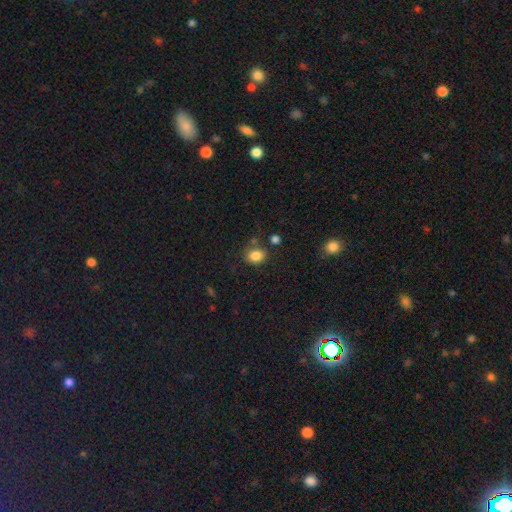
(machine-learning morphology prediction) Smooth or featured: smooth — 84% (star or artifact — 10%)
How rounded: in between — 63% (round — 36%)
Merging: none — 71% (minor disturbance — 16%)